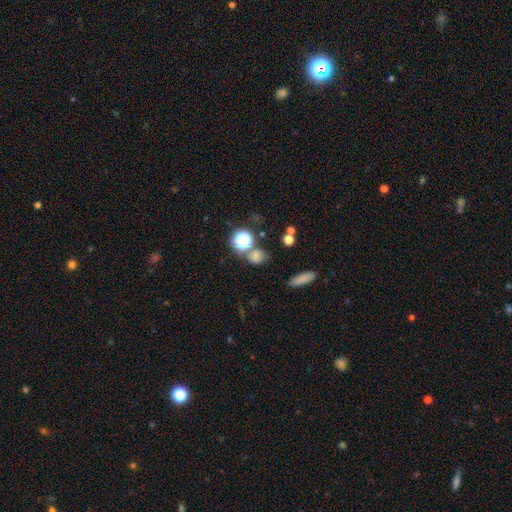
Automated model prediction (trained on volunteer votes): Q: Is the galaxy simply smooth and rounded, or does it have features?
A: smooth — 66%.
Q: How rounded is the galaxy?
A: round — 71%.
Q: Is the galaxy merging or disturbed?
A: none — 66%.